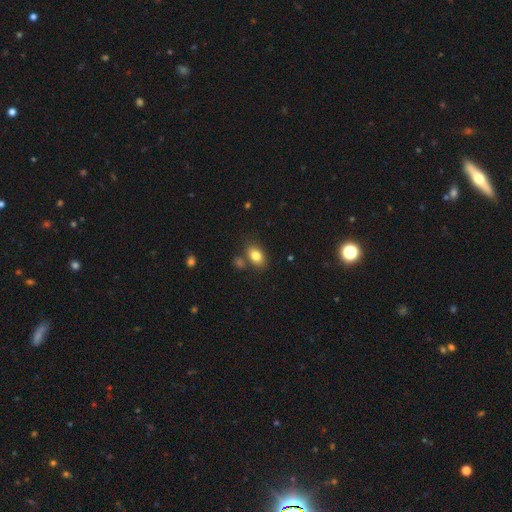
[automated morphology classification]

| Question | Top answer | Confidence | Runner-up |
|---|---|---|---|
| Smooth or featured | smooth | 82% | star or artifact (9%) |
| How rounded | in between | 82% | round (16%) |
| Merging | none | 72% | minor disturbance (13%) |